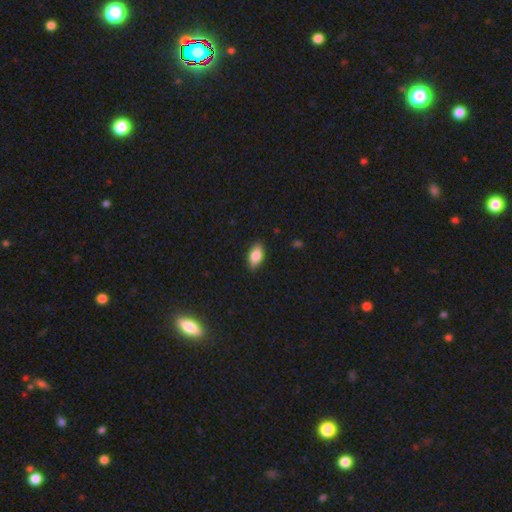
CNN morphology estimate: smooth_or_featured: smooth (p=0.81) [alt: featured or disk p=0.12]
how_rounded: in between (p=0.89) [alt: cigar-shaped p=0.07]
merging: none (p=0.86) [alt: minor disturbance p=0.11]